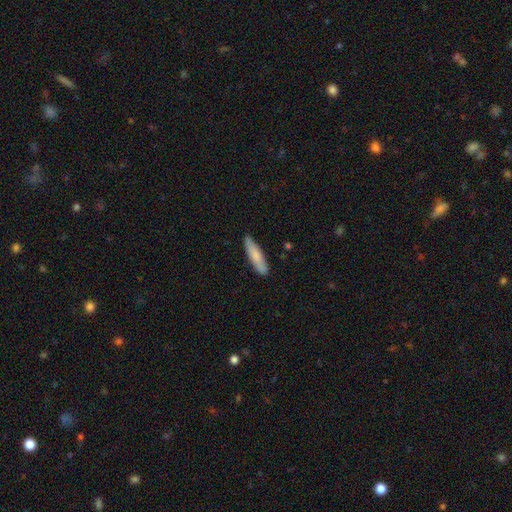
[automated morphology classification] This is likely a smooth galaxy (77%). How rounded: likely cigar-shaped (79%). Merging: clearly none (84%).